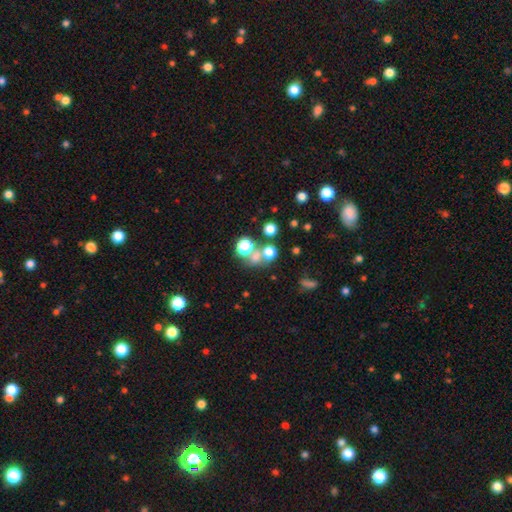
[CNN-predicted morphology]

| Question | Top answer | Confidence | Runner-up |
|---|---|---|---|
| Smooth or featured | smooth | 56% | star or artifact (29%) |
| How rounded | round | 80% | in between (19%) |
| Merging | none | 49% | merger (37%) |